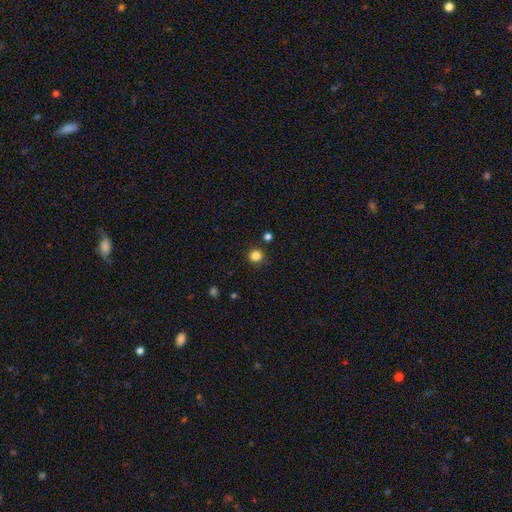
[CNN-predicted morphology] Smooth or featured? smooth (84%)
How rounded? round (94%)
Merging? none (88%)